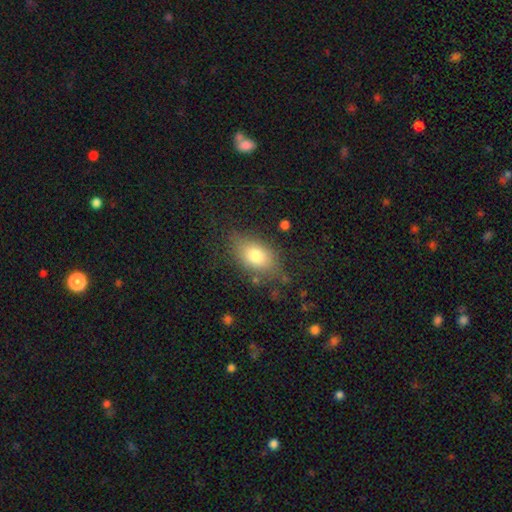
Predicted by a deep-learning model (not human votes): Overall: smooth (76%). How rounded: in between (83%). Merging: none (72%).